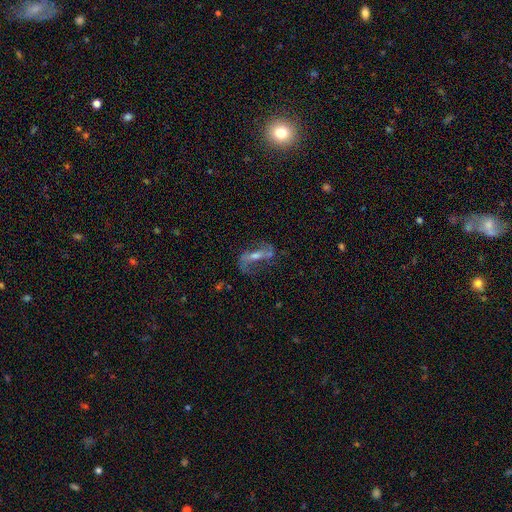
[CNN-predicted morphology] Smooth or featured? Predicted: featured or disk (p=0.75). Edge-on disk? Predicted: no (p=0.89). Bar? Predicted: strong (p=0.39). Spiral arms? Predicted: yes (p=0.86). Spiral winding? Predicted: loose (p=0.64). Spiral arm count? Predicted: 2 (p=0.85). Bulge size? Predicted: moderate (p=0.49). Merging? Predicted: none (p=0.61).